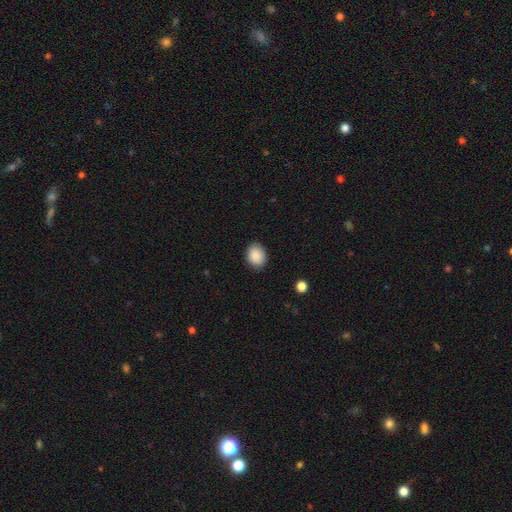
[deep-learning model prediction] smooth_or_featured: smooth (p=0.89) [alt: star or artifact p=0.08]
how_rounded: in between (p=0.58) [alt: round p=0.41]
merging: none (p=0.87) [alt: minor disturbance p=0.09]